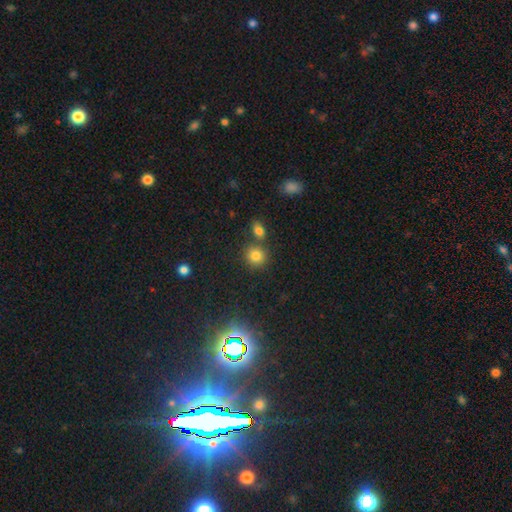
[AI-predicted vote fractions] A smooth galaxy with no disk features (79%) that is round (84%).

Vote fractions:
- Smooth or featured? smooth: 79% / star or artifact: 15% / featured or disk: 7%
- How rounded? round: 84% / in between: 15% / cigar-shaped: 1%
- Merging? none: 71% / merger: 18% / minor disturbance: 9% / major disturbance: 3%